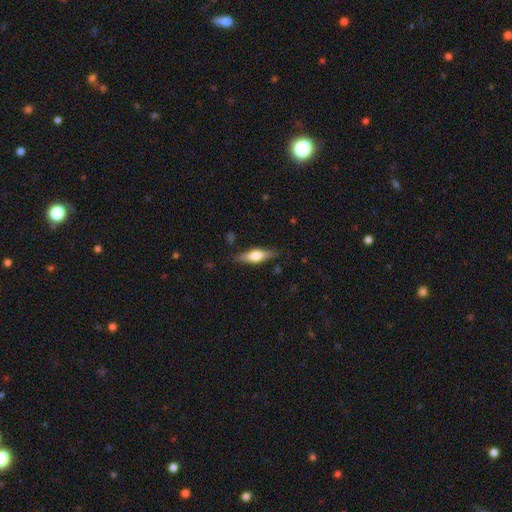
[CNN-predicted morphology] This appears to be a featured or disk galaxy (50%). Merging: none (83%).